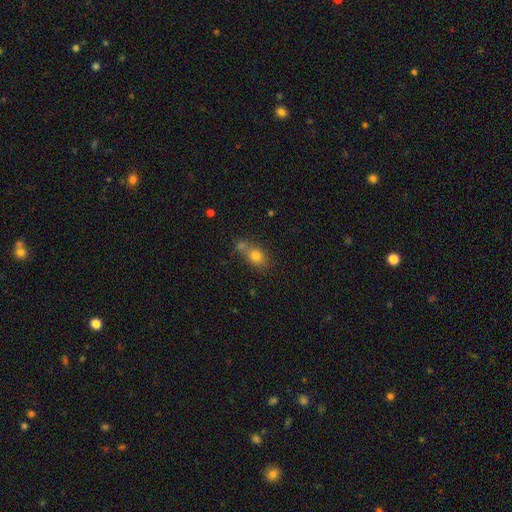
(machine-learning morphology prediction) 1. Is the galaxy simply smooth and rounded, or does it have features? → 76% smooth, 12% featured or disk, 12% star or artifact.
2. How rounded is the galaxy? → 59% in between, 38% round, 3% cigar-shaped.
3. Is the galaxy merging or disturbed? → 44% merger, 39% none, 13% minor disturbance, 5% major disturbance.